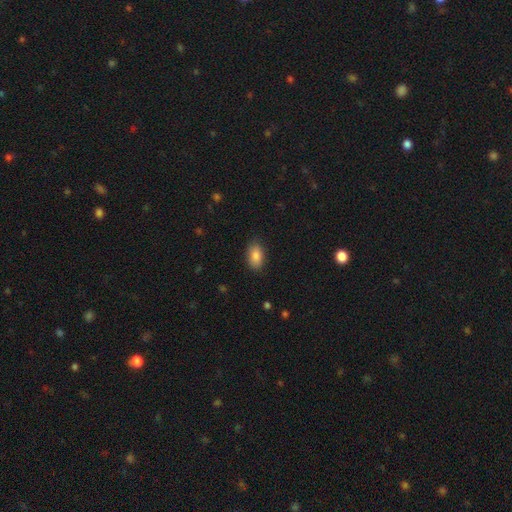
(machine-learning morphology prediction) Smooth or featured?
  - smooth: 87% *
  - star or artifact: 7%
  - featured or disk: 6%
How rounded?
  - in between: 92% *
  - round: 6%
  - cigar-shaped: 2%
Merging?
  - none: 85% *
  - minor disturbance: 12%
  - major disturbance: 3%
  - merger: 1%